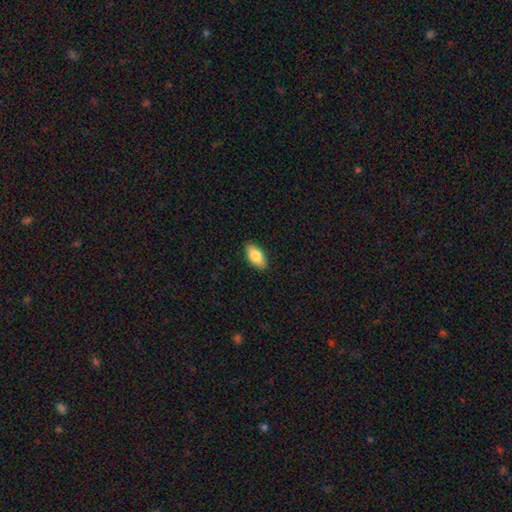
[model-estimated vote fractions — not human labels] smooth 79%, featured or disk 15%, star or artifact 6%. Down the decision tree: how rounded — in between (90%); merging — none (88%).